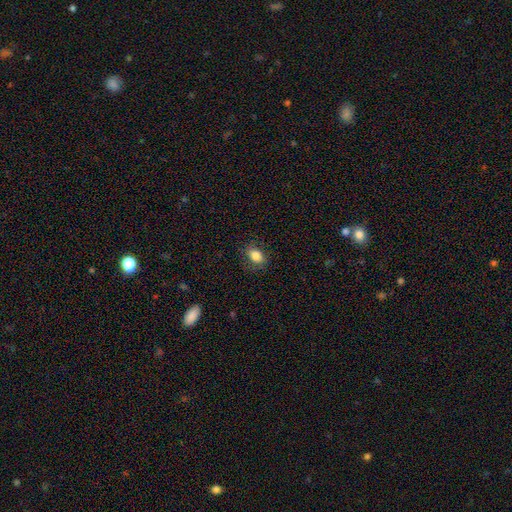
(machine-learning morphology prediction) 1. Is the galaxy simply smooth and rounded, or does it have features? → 83% smooth, 9% star or artifact, 8% featured or disk.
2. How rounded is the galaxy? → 74% in between, 25% round, 1% cigar-shaped.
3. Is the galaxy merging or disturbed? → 80% none, 14% minor disturbance, 5% major disturbance, 1% merger.